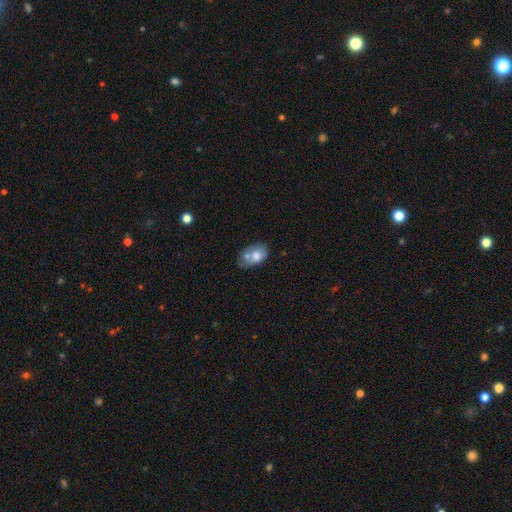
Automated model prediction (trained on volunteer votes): smooth-or-featured: smooth: 63% | featured or disk: 29% | star or artifact: 8%
  how-rounded: in between: 85% | round: 14% | cigar-shaped: 1%
  merging: none: 34% | merger: 31% | minor disturbance: 24% | major disturbance: 11%